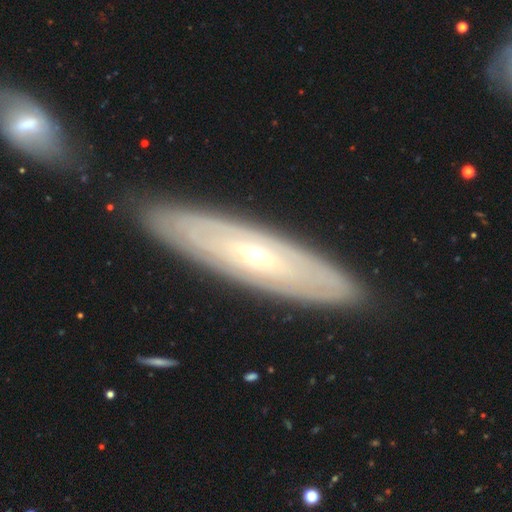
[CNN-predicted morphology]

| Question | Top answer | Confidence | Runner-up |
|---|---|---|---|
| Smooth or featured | featured or disk | 77% | smooth (16%) |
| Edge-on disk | no | 70% | yes (30%) |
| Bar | no | 69% | weak (23%) |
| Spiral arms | yes | 69% | no (31%) |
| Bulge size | small | 66% | moderate (31%) |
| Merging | none | 84% | minor disturbance (10%) |